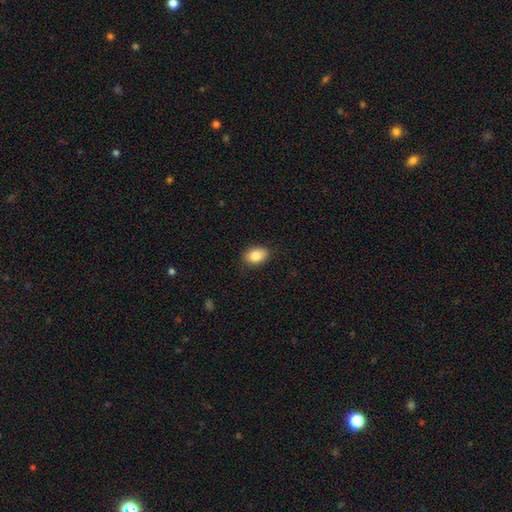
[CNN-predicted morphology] The model was most divided on "how rounded": in between: 78%, round: 21%, cigar-shaped: 1%. More confident: merging — none (86%); smooth or featured — smooth (85%).